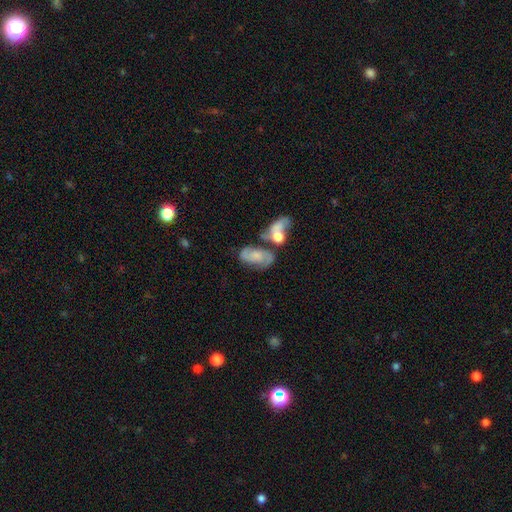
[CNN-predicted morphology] Smooth or featured? featured or disk (70%)
Edge-on disk? no (96%)
Bar? no (67%)
Spiral arms? yes (91%)
Spiral winding? medium (49%)
Spiral arm count? 2 (86%)
Bulge size? moderate (33%)
Merging? none (43%)